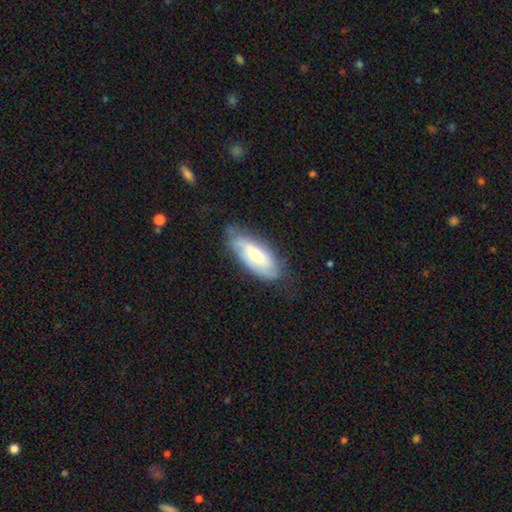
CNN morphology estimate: A smooth galaxy with no disk features (54%) that is in between round and cigar-shaped (78%). Merging: none (58%).